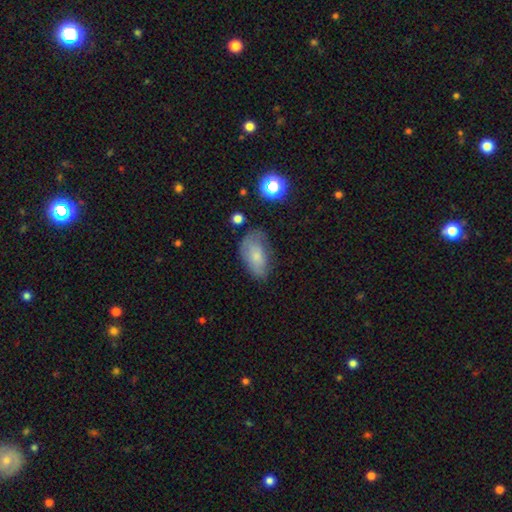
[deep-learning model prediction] Q: Smooth or featured?
A: smooth (68%); runner-up: featured or disk (23%)
Q: How rounded?
A: in between (91%); runner-up: round (6%)
Q: Merging?
A: none (52%); runner-up: minor disturbance (33%)